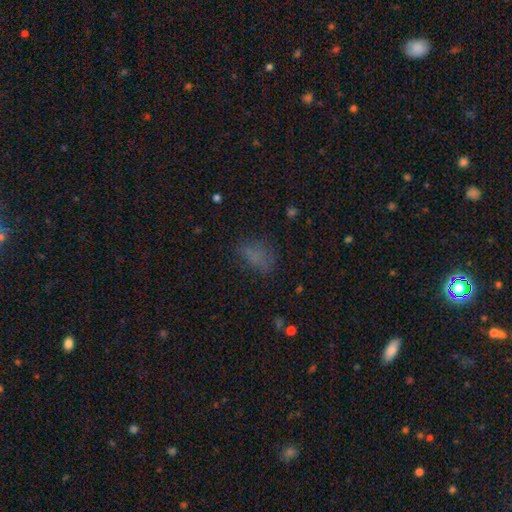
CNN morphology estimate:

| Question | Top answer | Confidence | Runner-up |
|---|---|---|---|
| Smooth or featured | smooth | 65% | star or artifact (21%) |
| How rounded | in between | 78% | round (18%) |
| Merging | none | 58% | minor disturbance (22%) |